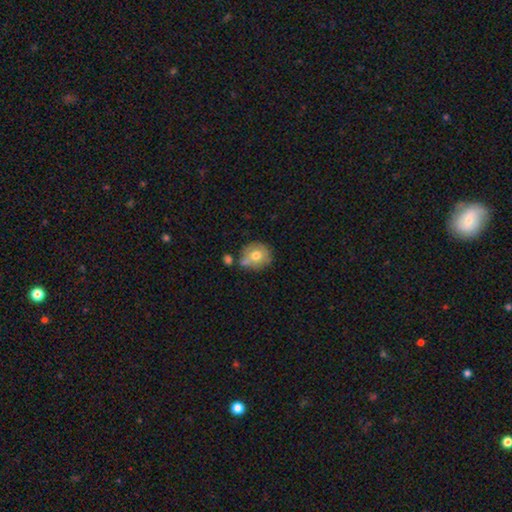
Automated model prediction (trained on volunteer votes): This appears to be a smooth galaxy with no disk features (70%) that is round (83%). Merging: none (59%).